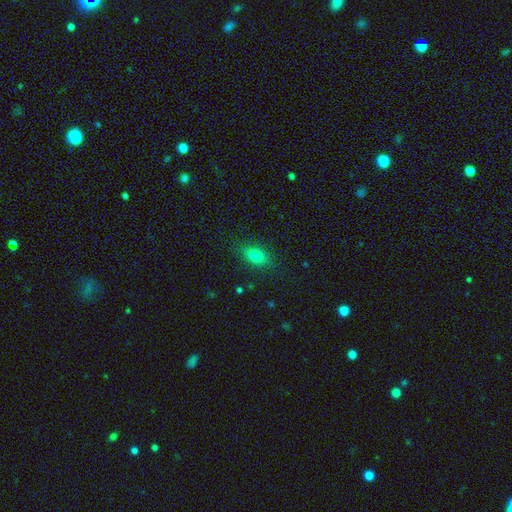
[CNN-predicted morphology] Q: Smooth or featured?
A: smooth (80%); runner-up: star or artifact (10%)
Q: How rounded?
A: in between (85%); runner-up: round (8%)
Q: Merging?
A: none (85%); runner-up: minor disturbance (11%)